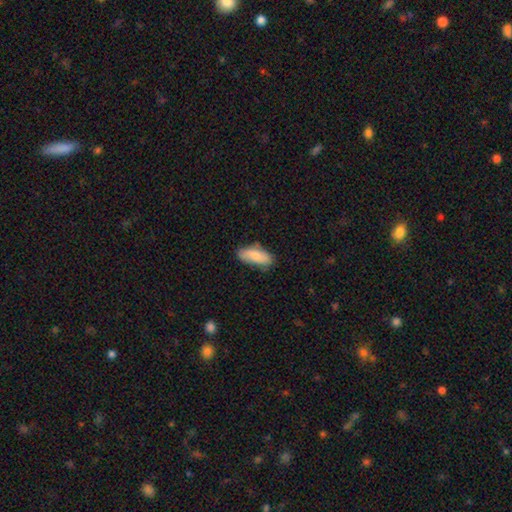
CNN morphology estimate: A smooth galaxy with no disk features (82%) that is in between round and cigar-shaped (83%).

Vote fractions:
- Smooth or featured? smooth: 82% / featured or disk: 12% / star or artifact: 6%
- How rounded? in between: 83% / cigar-shaped: 15% / round: 2%
- Merging? none: 69% / minor disturbance: 24% / major disturbance: 5% / merger: 3%